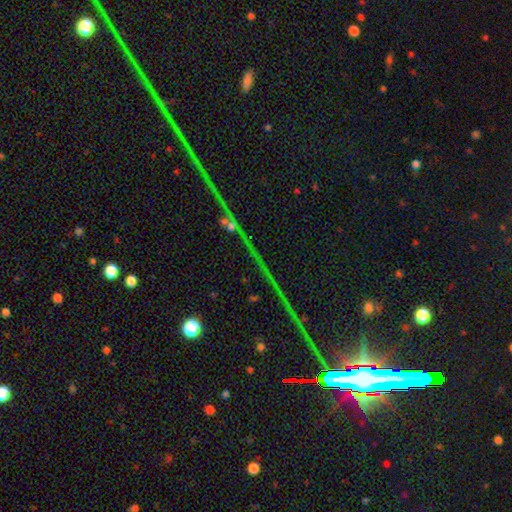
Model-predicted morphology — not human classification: star or artifact 78%, featured or disk 14%, smooth 8%.